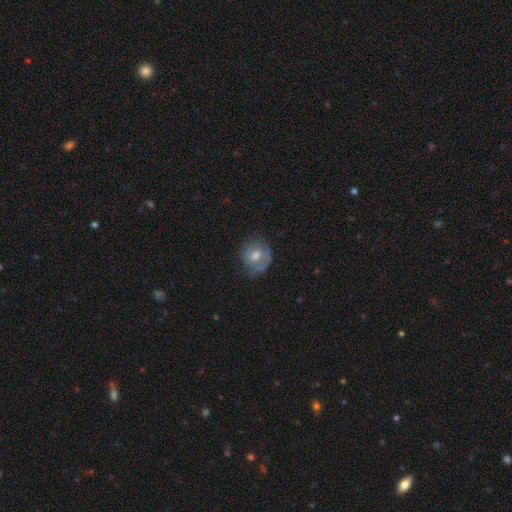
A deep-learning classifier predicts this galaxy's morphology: Smooth or featured: featured or disk — 51% (smooth — 40%)
Edge-on disk: no — 96% (yes — 4%)
Merging: none — 58% (minor disturbance — 25%)